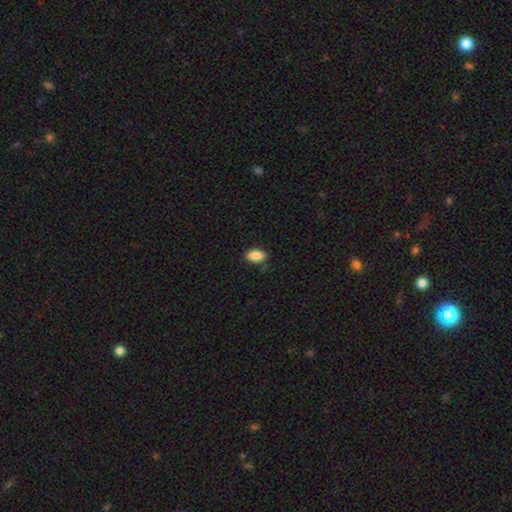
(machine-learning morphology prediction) smooth_or_featured: smooth (p=0.86) [alt: star or artifact p=0.08]
how_rounded: in between (p=0.91) [alt: round p=0.06]
merging: none (p=0.84) [alt: minor disturbance p=0.12]